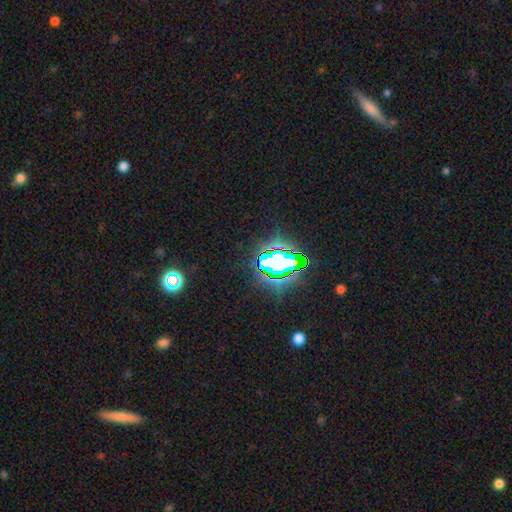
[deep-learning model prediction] Smooth or featured? Predicted: star or artifact (p=0.78).